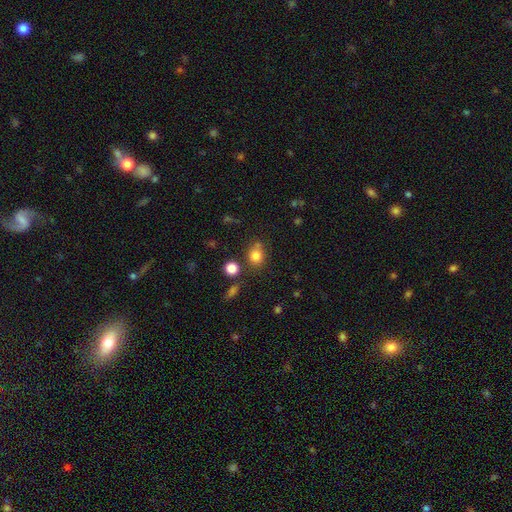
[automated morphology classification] smooth-or-featured: smooth: 81% | star or artifact: 13% | featured or disk: 7%
  how-rounded: round: 70% | in between: 29% | cigar-shaped: 1%
  merging: none: 64% | merger: 16% | minor disturbance: 15% | major disturbance: 5%